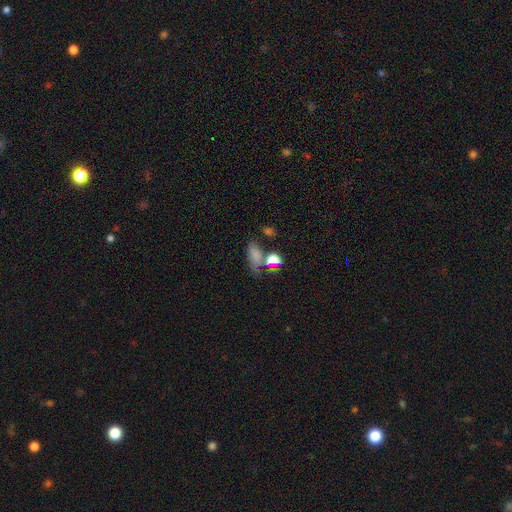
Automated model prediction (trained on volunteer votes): Smooth or featured? Predicted: smooth (p=0.71). How rounded? Predicted: in between (p=0.80). Merging? Predicted: none (p=0.40).